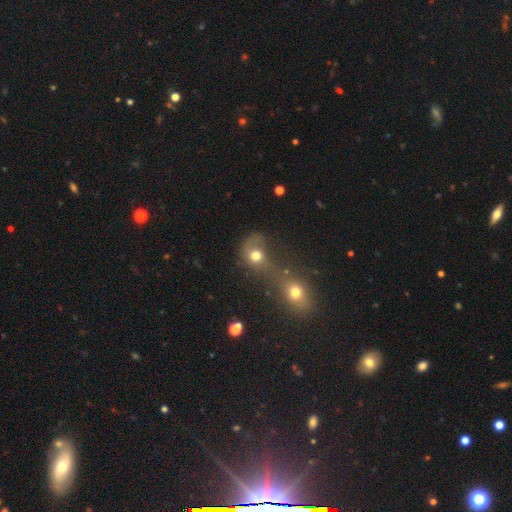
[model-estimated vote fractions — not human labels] This is likely a smooth galaxy (68%). How rounded: likely round (69%). Merging: possibly merger (56%).